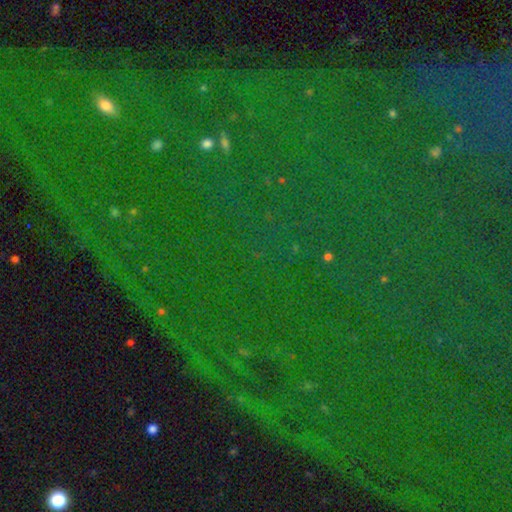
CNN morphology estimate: The model was most divided on "smooth or featured": star or artifact: 82%, smooth: 10%, featured or disk: 8%.